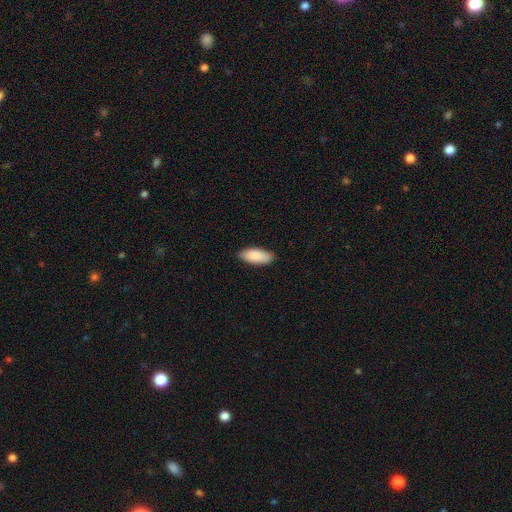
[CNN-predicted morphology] Smooth or featured? Predicted: smooth (p=0.89). How rounded? Predicted: in between (p=0.83). Merging? Predicted: none (p=0.87).